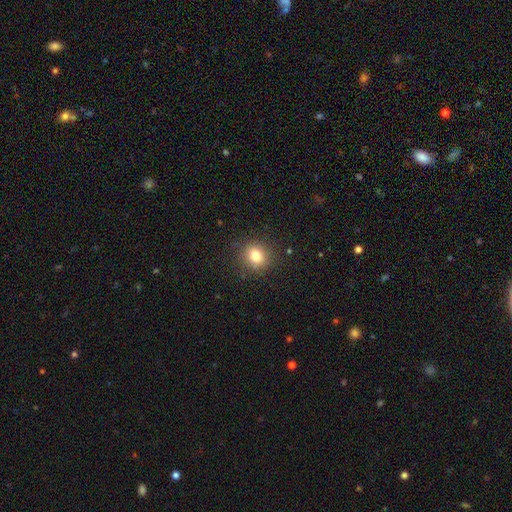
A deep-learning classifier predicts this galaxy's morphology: type=smooth (80%); roundness=round (75%); merging=none (87%).